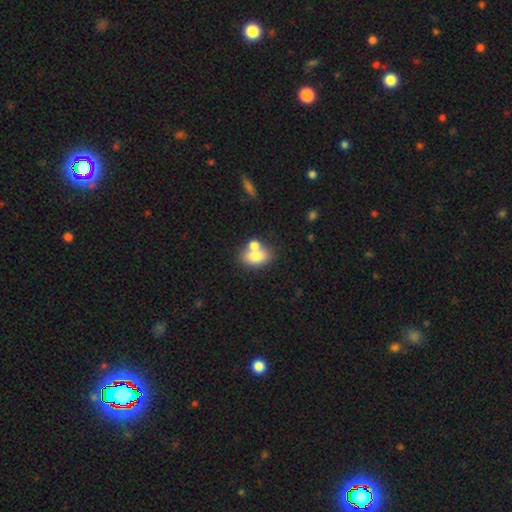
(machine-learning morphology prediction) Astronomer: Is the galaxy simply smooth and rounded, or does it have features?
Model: smooth — 75%.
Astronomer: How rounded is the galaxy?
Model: in between — 80%.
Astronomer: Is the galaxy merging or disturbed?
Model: none — 48% (runner-up: merger, 36%).